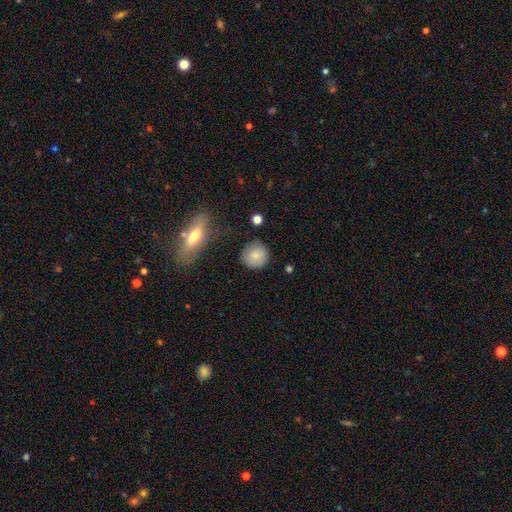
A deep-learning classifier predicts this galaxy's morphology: smooth_or_featured: smooth (p=0.83) [alt: featured or disk p=0.09]
how_rounded: round (p=0.91) [alt: in between p=0.07]
merging: none (p=0.84) [alt: minor disturbance p=0.11]